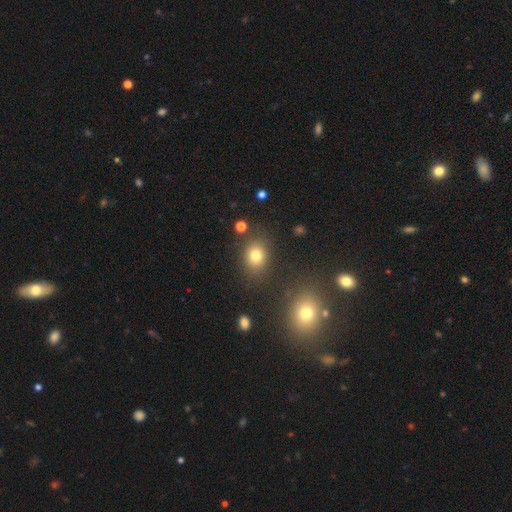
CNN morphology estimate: This is likely a smooth galaxy (77%). How rounded: possibly round (53%). Merging: clearly none (80%).